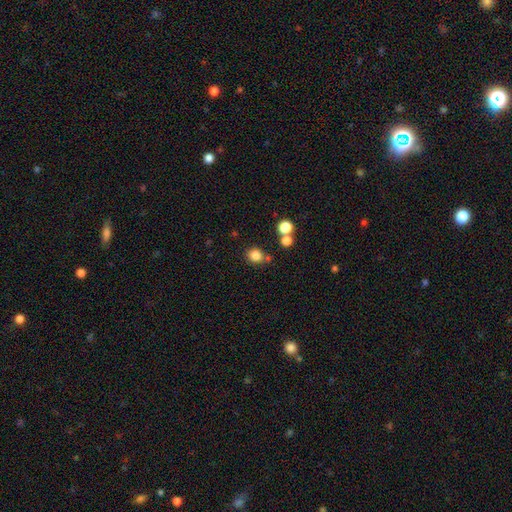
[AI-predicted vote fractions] The model was most divided on "merging": none: 74%, minor disturbance: 11%, merger: 11%, major disturbance: 4%. More confident: smooth or featured — smooth (82%); how rounded — round (82%).